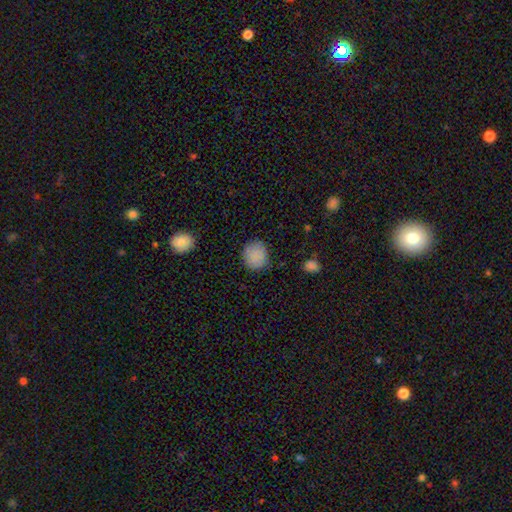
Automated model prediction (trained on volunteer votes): smooth_or_featured: smooth (p=0.86) [alt: star or artifact p=0.10]
how_rounded: round (p=0.82) [alt: in between p=0.17]
merging: none (p=0.81) [alt: minor disturbance p=0.14]